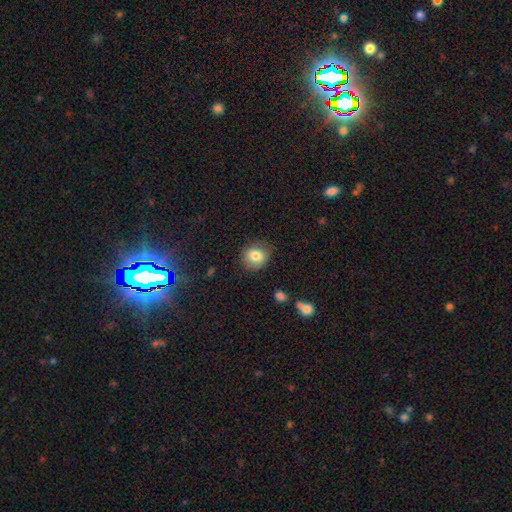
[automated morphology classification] Smooth or featured: smooth — 81% (star or artifact — 10%)
How rounded: round — 76% (in between — 23%)
Merging: none — 79% (minor disturbance — 16%)